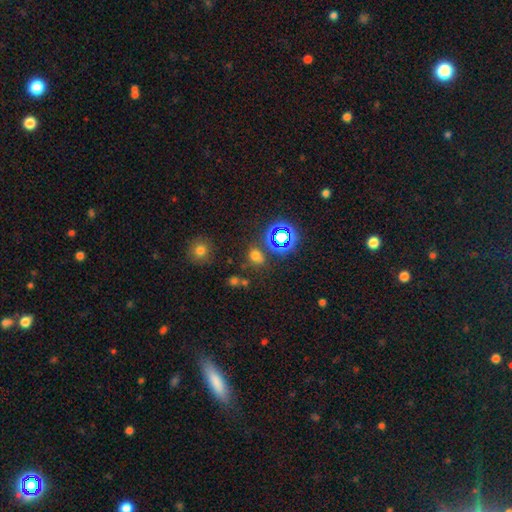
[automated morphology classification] Smooth or featured? smooth (57%)
How rounded? round (58%)
Merging? none (69%)